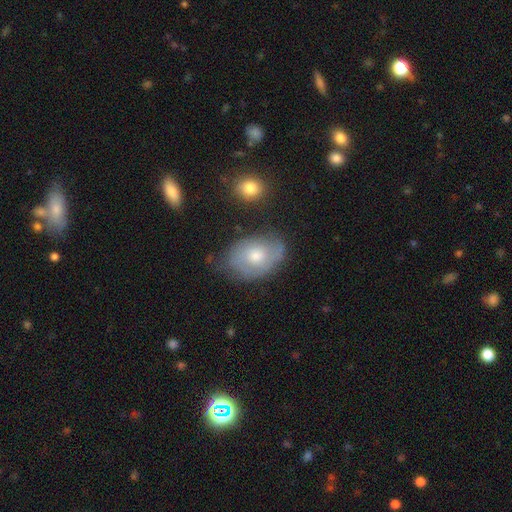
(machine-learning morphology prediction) This is possibly a featured or disk galaxy (46%, tied with smooth). Merging: likely none (61%).